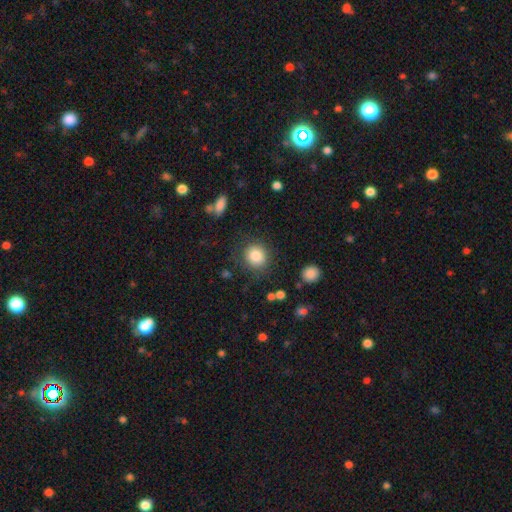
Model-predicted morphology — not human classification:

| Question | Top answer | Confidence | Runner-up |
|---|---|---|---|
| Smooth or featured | smooth | 85% | star or artifact (9%) |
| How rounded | round | 86% | in between (13%) |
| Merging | none | 82% | minor disturbance (11%) |